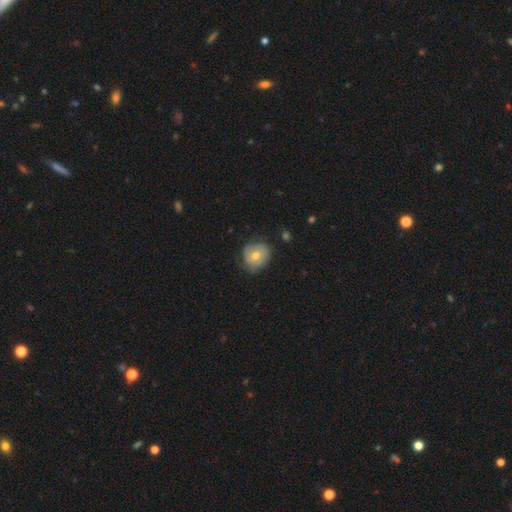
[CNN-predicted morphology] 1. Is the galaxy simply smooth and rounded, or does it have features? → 56% smooth, 36% featured or disk, 8% star or artifact.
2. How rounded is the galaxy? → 72% round, 27% in between, 1% cigar-shaped.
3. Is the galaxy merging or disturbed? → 69% none, 25% minor disturbance, 5% major disturbance, 1% merger.